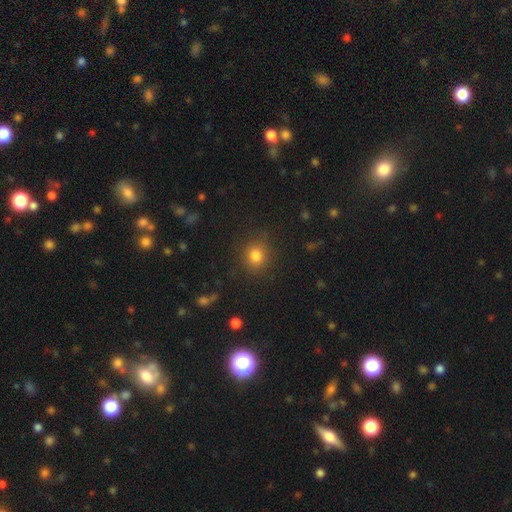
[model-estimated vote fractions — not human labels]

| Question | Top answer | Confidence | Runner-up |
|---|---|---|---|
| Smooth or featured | smooth | 81% | star or artifact (13%) |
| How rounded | round | 81% | in between (18%) |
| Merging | none | 87% | minor disturbance (9%) |